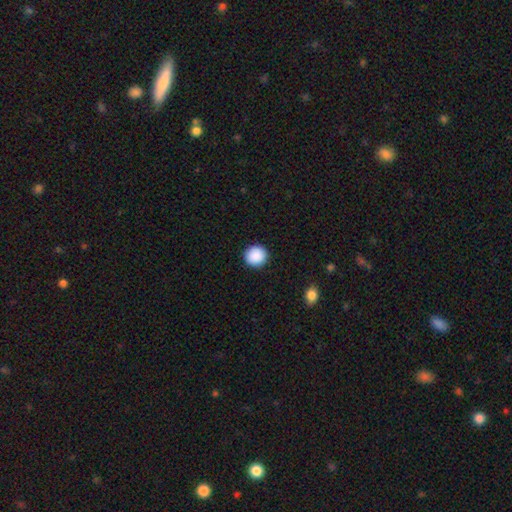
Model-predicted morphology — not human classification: Smooth or featured? smooth (90%)
How rounded? round (94%)
Merging? none (93%)